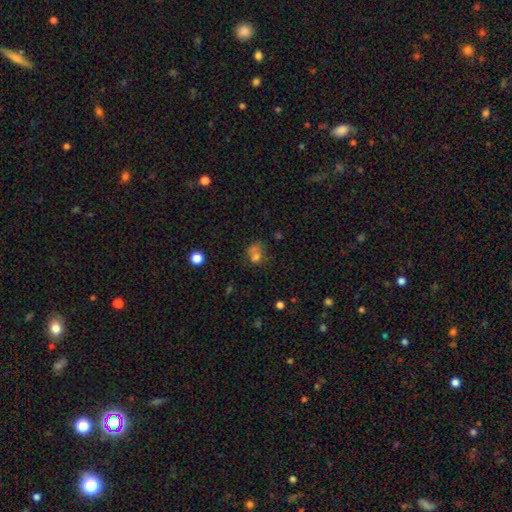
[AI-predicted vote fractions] Smooth or featured?
  - smooth: 66% *
  - star or artifact: 19%
  - featured or disk: 15%
How rounded?
  - round: 64% *
  - in between: 34%
  - cigar-shaped: 1%
Merging?
  - none: 37% * (tied)
  - merger: 37% * (tied)
  - minor disturbance: 15%
  - major disturbance: 11%